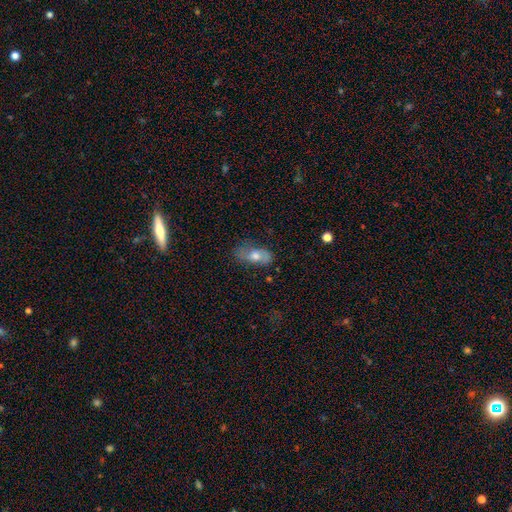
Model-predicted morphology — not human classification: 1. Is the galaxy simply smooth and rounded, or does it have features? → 57% smooth, 34% featured or disk, 9% star or artifact.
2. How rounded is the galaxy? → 82% in between, 12% cigar-shaped, 6% round.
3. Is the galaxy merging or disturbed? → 68% none, 23% minor disturbance, 7% major disturbance, 2% merger.